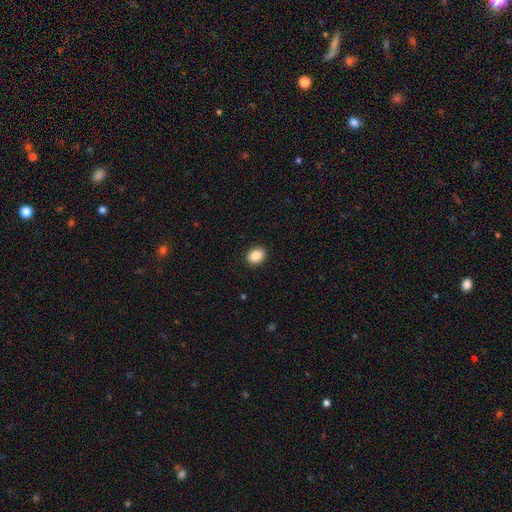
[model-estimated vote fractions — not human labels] smooth_or_featured: smooth (p=0.89) [alt: star or artifact p=0.08]
how_rounded: in between (p=0.59) [alt: round p=0.40]
merging: none (p=0.91) [alt: minor disturbance p=0.06]